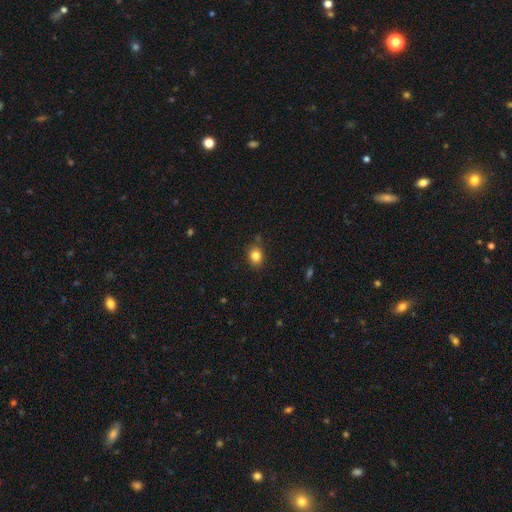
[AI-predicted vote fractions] This is clearly a smooth galaxy (82%). How rounded: possibly round (52%). Merging: likely none (79%).